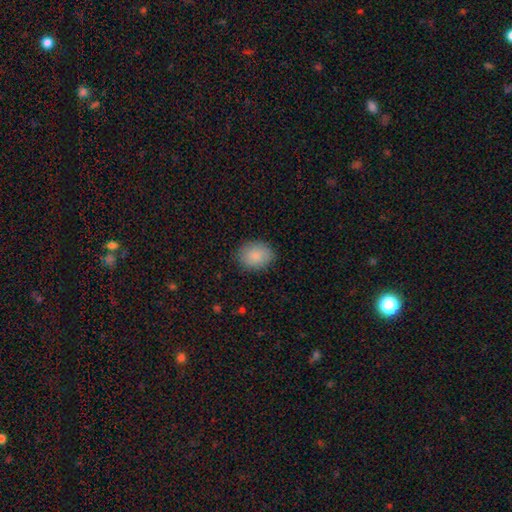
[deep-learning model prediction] The model was most divided on "how rounded": in between: 60%, round: 39%, cigar-shaped: 1%. More confident: smooth or featured — smooth (87%); merging — none (85%).